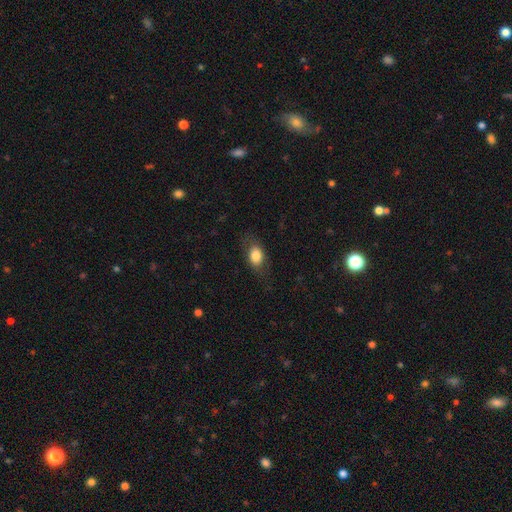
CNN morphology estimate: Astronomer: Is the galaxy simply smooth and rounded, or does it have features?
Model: smooth — 78%.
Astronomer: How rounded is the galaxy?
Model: in between — 77%.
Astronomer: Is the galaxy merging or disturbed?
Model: none — 71%.